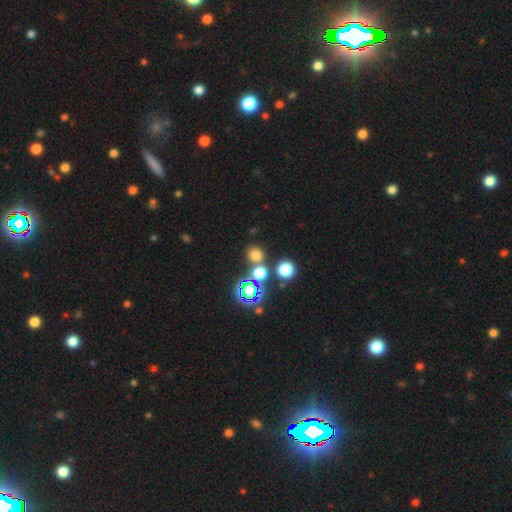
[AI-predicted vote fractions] Morphology: type=smooth (67%); roundness=round (83%); merging=none (71%).